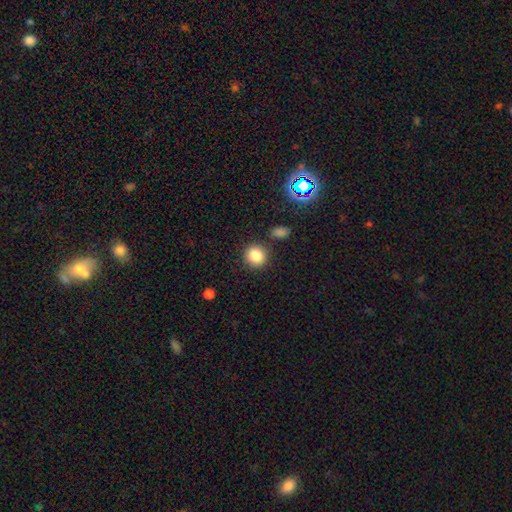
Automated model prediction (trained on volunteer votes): A smooth galaxy with no disk features (84%) that is round (89%). Merging: none (83%).